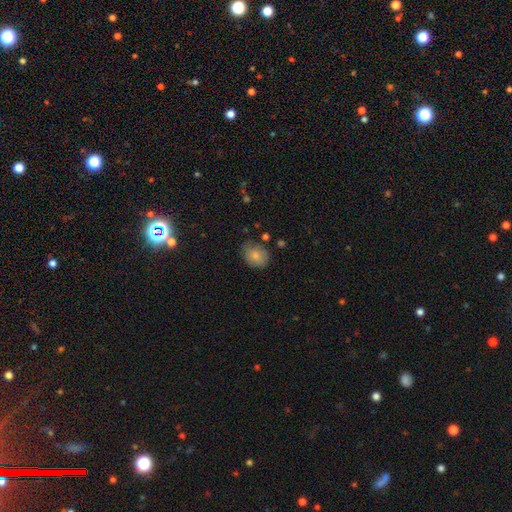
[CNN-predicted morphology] Overall: smooth (80%). How rounded: in between (57%; round 42%). Merging: none (66%).